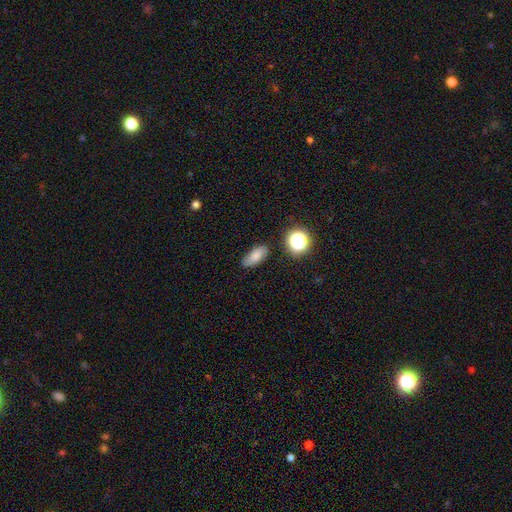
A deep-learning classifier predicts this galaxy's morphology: The model was most divided on "smooth or featured": smooth: 76%, featured or disk: 13%, star or artifact: 12%. More confident: how rounded — in between (80%); merging — none (79%).